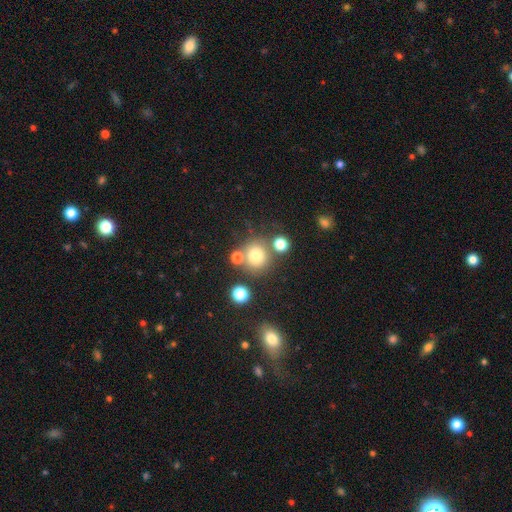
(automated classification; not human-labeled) A smooth galaxy with no disk features (75%) that is round (89%).

Vote fractions:
- Smooth or featured? smooth: 75% / star or artifact: 15% / featured or disk: 10%
- How rounded? round: 89% / in between: 10% / cigar-shaped: 1%
- Merging? none: 70% / merger: 17% / minor disturbance: 10% / major disturbance: 4%